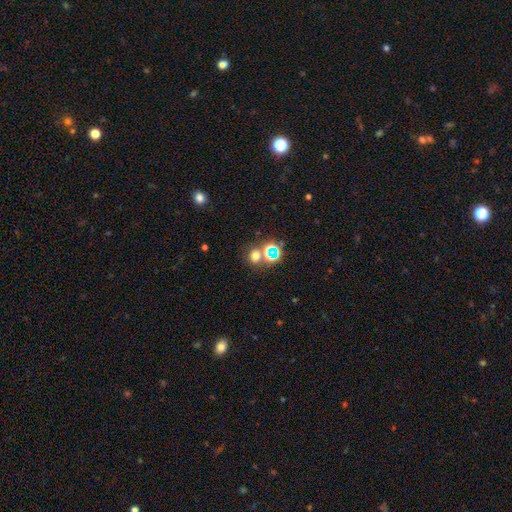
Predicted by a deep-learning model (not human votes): This is possibly a smooth galaxy (60%). How rounded: likely round (78%). Merging: likely none (63%).